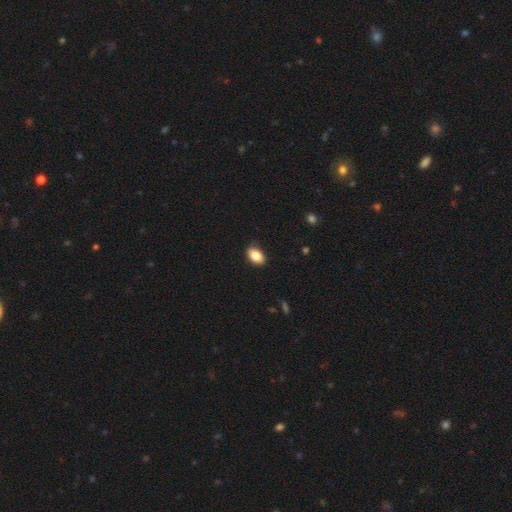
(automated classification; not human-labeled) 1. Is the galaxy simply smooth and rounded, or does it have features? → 85% smooth, 7% star or artifact, 7% featured or disk.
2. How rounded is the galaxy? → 90% in between, 9% round, 2% cigar-shaped.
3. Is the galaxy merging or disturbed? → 86% none, 11% minor disturbance, 2% major disturbance, 1% merger.